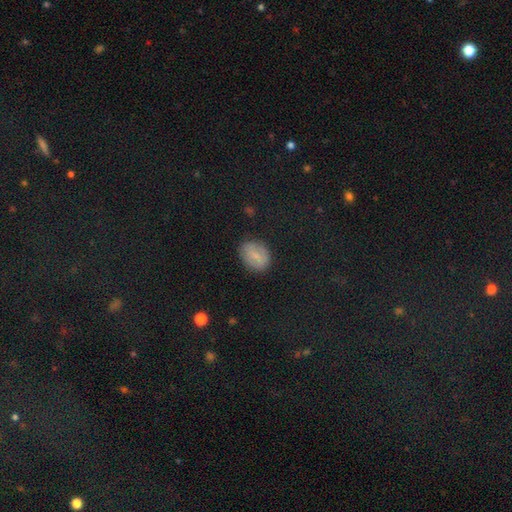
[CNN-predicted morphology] smooth-or-featured: smooth: 66% | featured or disk: 19% | star or artifact: 14%
  how-rounded: in between: 53% | round: 45% | cigar-shaped: 1%
  merging: none: 81% | minor disturbance: 14% | major disturbance: 4% | merger: 1%